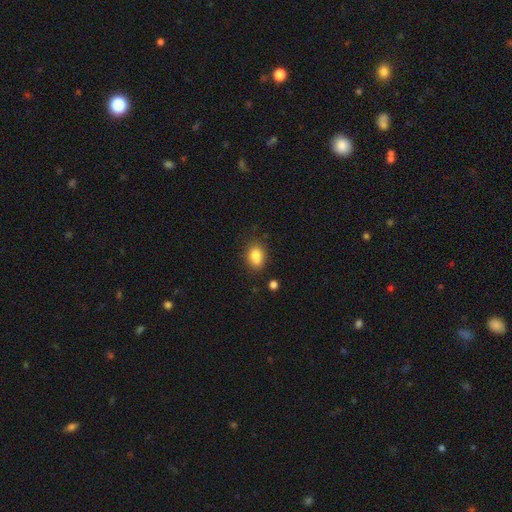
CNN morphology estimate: Smooth or featured? smooth (82%)
How rounded? in between (69%)
Merging? none (68%)